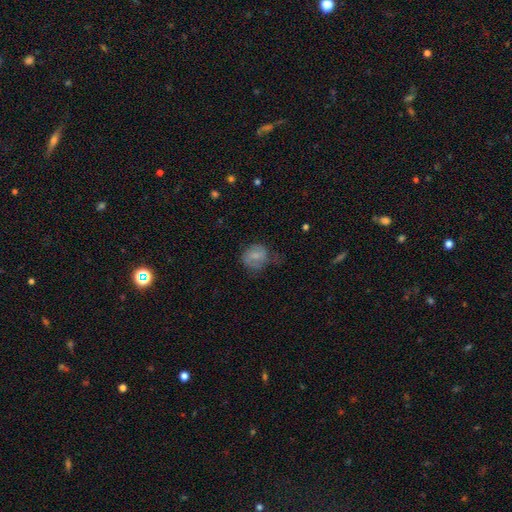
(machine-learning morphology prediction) smooth 67%, featured or disk 24%, star or artifact 9%. Down the decision tree: how rounded — round (63%); merging — none (46%).